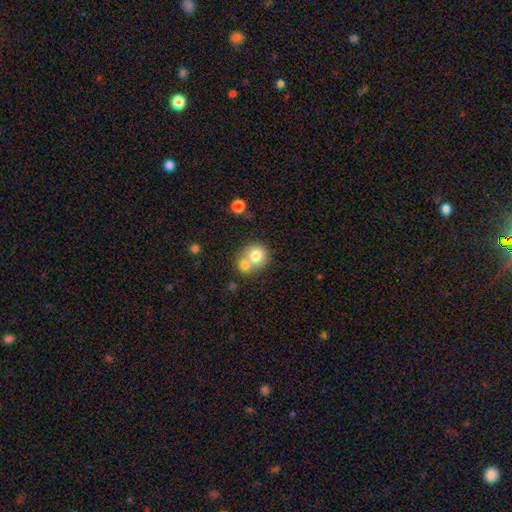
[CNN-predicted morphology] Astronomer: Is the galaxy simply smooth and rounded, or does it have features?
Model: smooth — 75%.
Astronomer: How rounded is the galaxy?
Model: round — 81%.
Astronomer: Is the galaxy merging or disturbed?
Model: merger — 52% (runner-up: none, 38%).